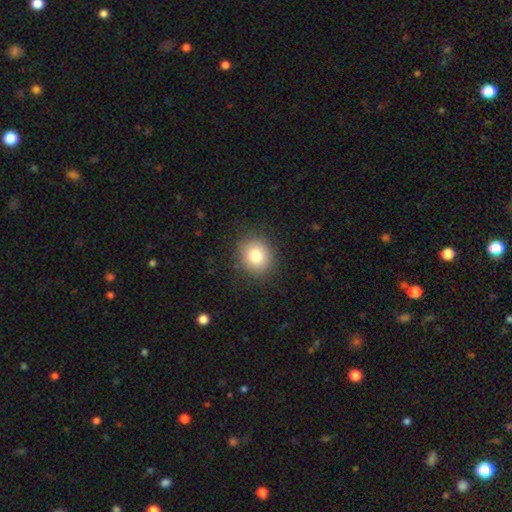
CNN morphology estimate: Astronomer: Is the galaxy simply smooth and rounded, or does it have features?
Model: smooth — 82%.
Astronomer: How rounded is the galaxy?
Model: round — 81%.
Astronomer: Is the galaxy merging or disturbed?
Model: none — 86%.